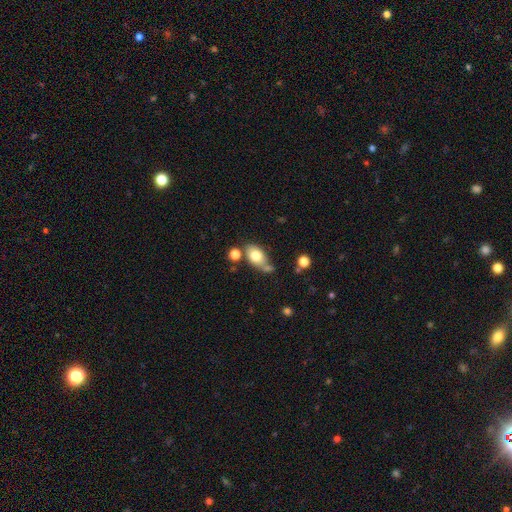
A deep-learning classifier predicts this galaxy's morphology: Overall: smooth (76%). How rounded: in between (84%). Merging: none (54%; merger 20%).